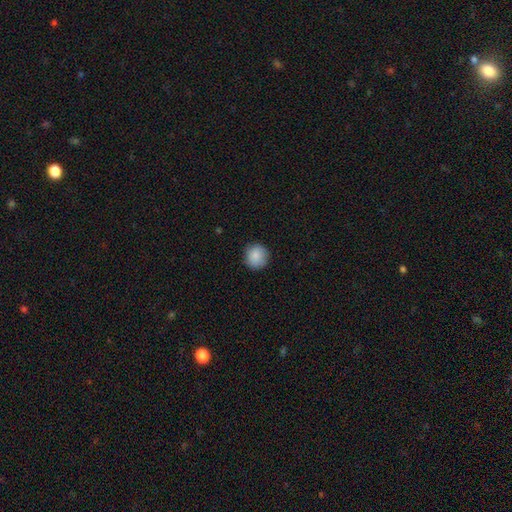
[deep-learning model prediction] Smooth or featured: smooth — 88% (star or artifact — 8%)
How rounded: round — 93% (in between — 6%)
Merging: none — 88% (minor disturbance — 9%)